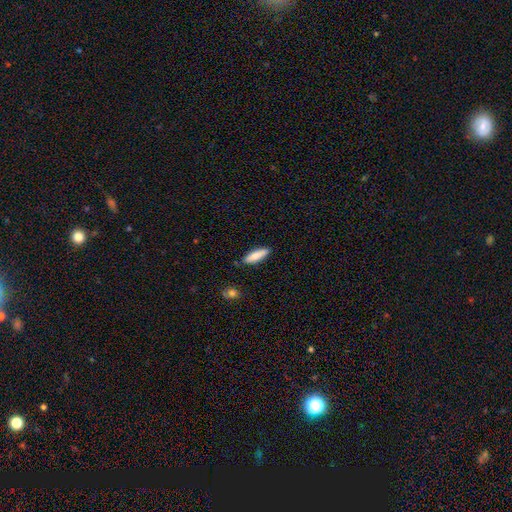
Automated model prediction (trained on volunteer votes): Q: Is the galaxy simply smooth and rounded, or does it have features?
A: smooth — 81%.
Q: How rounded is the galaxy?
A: cigar-shaped — 59%.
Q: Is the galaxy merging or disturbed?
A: none — 86%.